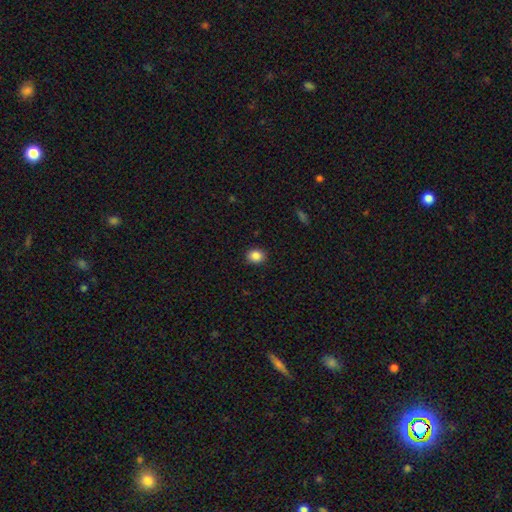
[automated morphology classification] Smooth or featured?
  - smooth: 87% *
  - star or artifact: 10%
  - featured or disk: 4%
How rounded?
  - round: 62% *
  - in between: 37%
  - cigar-shaped: 1%
Merging?
  - none: 90% *
  - minor disturbance: 7%
  - major disturbance: 2%
  - merger: 1%